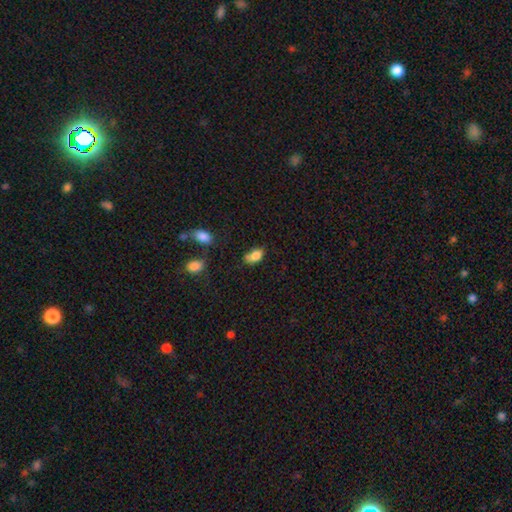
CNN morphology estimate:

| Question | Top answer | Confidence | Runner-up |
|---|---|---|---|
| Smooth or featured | smooth | 80% | featured or disk (11%) |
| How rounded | in between | 85% | round (12%) |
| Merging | none | 41% | minor disturbance (31%) |